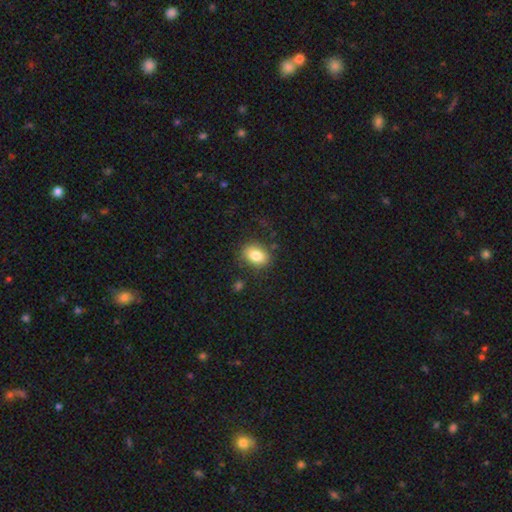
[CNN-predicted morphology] Smooth or featured?
  - smooth: 82% *
  - star or artifact: 9%
  - featured or disk: 9%
How rounded?
  - in between: 73% *
  - round: 26%
  - cigar-shaped: 1%
Merging?
  - none: 81% *
  - minor disturbance: 13%
  - major disturbance: 4%
  - merger: 2%